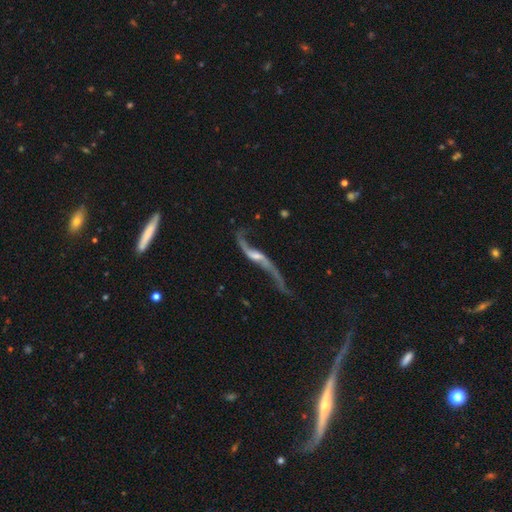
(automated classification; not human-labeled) Q: Smooth or featured?
A: featured or disk (86%); runner-up: smooth (8%)
Q: Edge-on disk?
A: no (80%); runner-up: yes (20%)
Q: Bar?
A: no (40%); runner-up: weak (38%)
Q: Spiral arms?
A: yes (91%); runner-up: no (9%)
Q: Spiral winding?
A: loose (95%); runner-up: medium (3%)
Q: Spiral arm count?
A: 2 (90%); runner-up: 1 (5%)
Q: Bulge size?
A: small (45%); runner-up: moderate (30%)
Q: Merging?
A: none (47%); runner-up: major disturbance (26%)